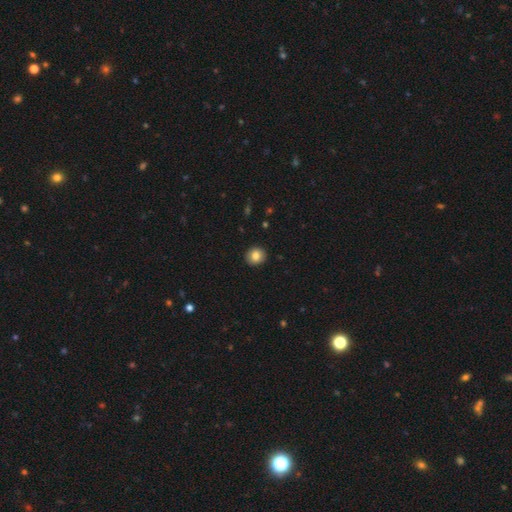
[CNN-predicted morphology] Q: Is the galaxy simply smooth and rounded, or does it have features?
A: smooth — 83%.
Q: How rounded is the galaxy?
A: round — 88%.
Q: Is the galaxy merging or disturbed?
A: none — 92%.